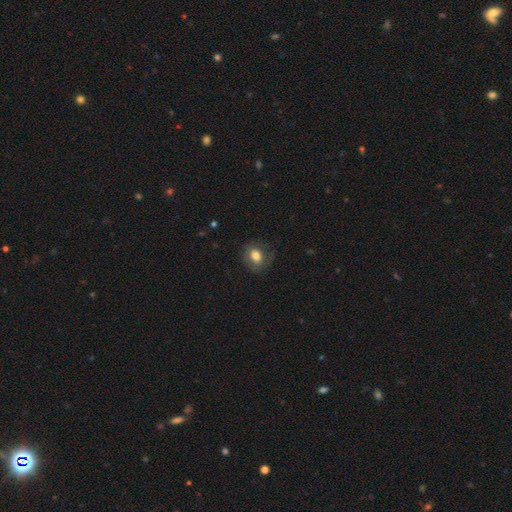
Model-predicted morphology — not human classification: type=smooth (71%); roundness=round (53%); merging=none (74%).